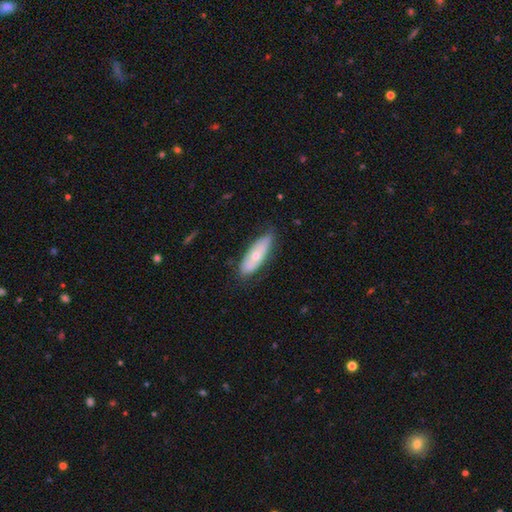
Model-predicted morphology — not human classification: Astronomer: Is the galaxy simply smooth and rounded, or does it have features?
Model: smooth — 57% (runner-up: featured or disk, 37%).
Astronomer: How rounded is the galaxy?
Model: in between — 54% (runner-up: cigar-shaped, 44%).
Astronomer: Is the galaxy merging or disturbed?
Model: none — 75%.